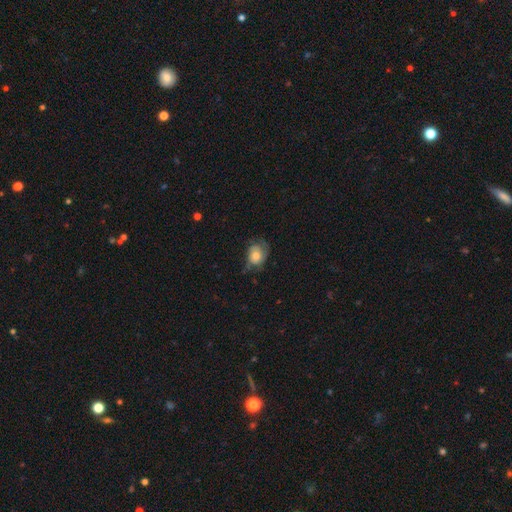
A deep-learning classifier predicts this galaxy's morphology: type=smooth (60%); roundness=in between (56%); merging=none (47%).